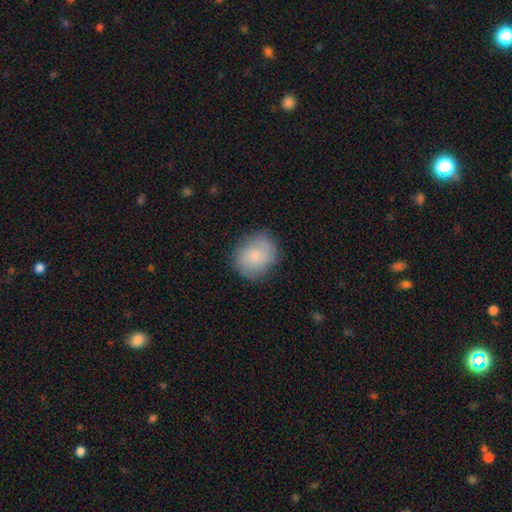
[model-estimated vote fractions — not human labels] Smooth or featured? Predicted: smooth (p=0.72). How rounded? Predicted: round (p=0.62). Merging? Predicted: none (p=0.80).